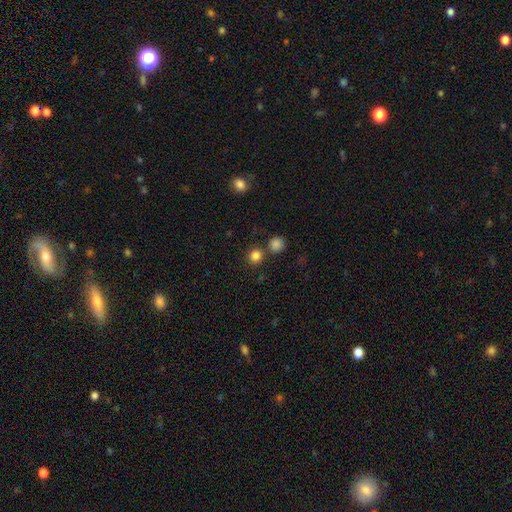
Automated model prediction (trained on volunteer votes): A smooth galaxy with no disk features (83%) that is round (91%). Merging: none (76%).